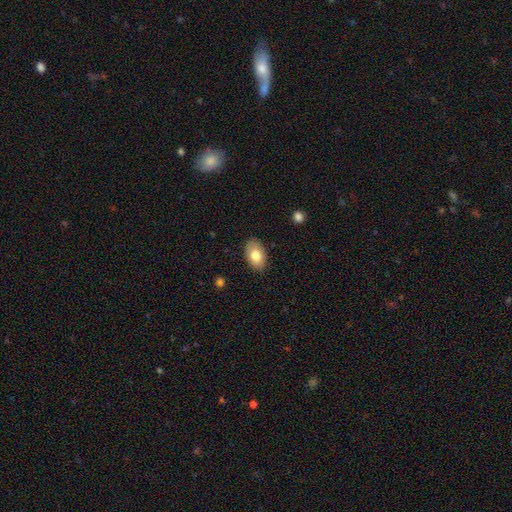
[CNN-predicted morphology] A smooth galaxy with no disk features (78%) that is in between round and cigar-shaped (90%). Merging: none (86%).